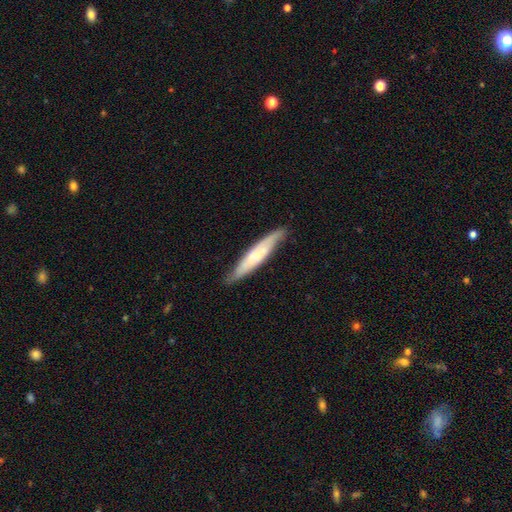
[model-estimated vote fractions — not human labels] This is possibly a smooth galaxy (52%). How rounded: clearly cigar-shaped (89%). Merging: clearly none (82%).